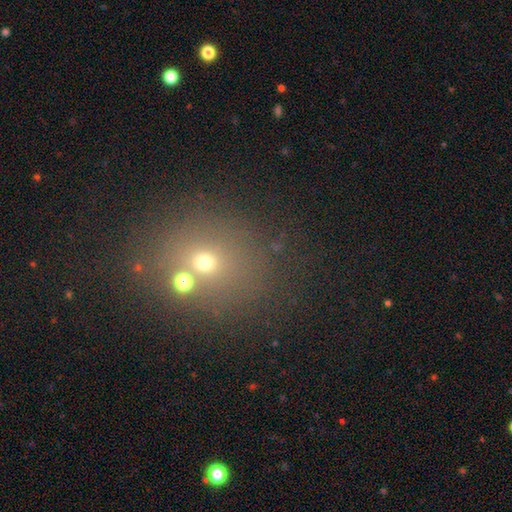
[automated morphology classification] A smooth galaxy with no disk features (49%). Merging: none (69%).